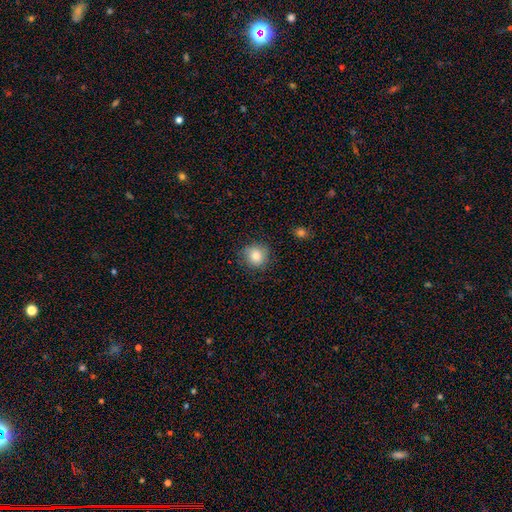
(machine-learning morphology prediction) A smooth galaxy with no disk features (83%) that is round (87%).

Vote fractions:
- Smooth or featured? smooth: 83% / star or artifact: 9% / featured or disk: 8%
- How rounded? round: 87% / in between: 12% / cigar-shaped: 1%
- Merging? none: 81% / minor disturbance: 14% / major disturbance: 4% / merger: 1%